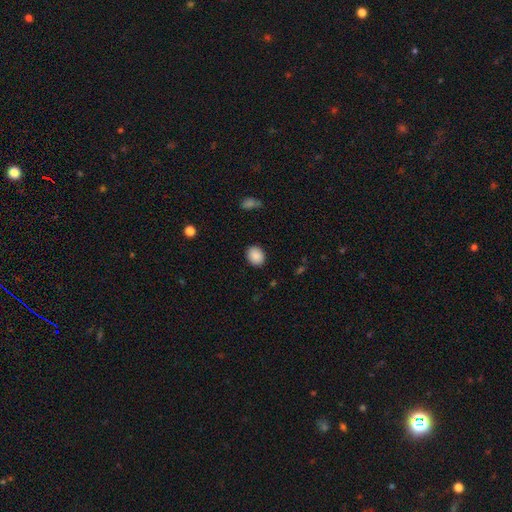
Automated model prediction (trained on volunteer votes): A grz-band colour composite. It shows a smooth galaxy with no disk features (89%) that is in between round and cigar-shaped (52%). Merging: none (89%).